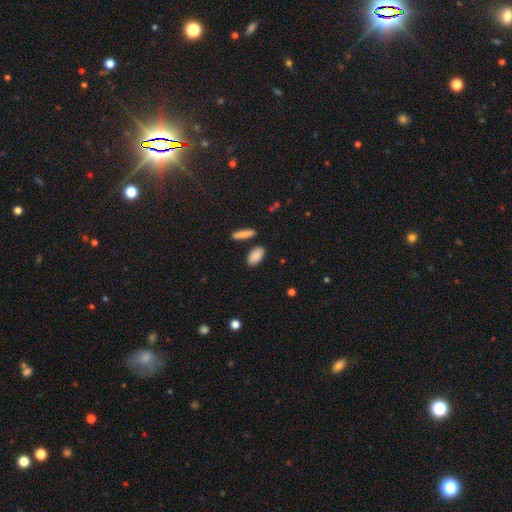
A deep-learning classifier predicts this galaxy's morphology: smooth_or_featured: smooth (p=0.88) [alt: star or artifact p=0.07]
how_rounded: in between (p=0.91) [alt: cigar-shaped p=0.06]
merging: none (p=0.82) [alt: minor disturbance p=0.10]